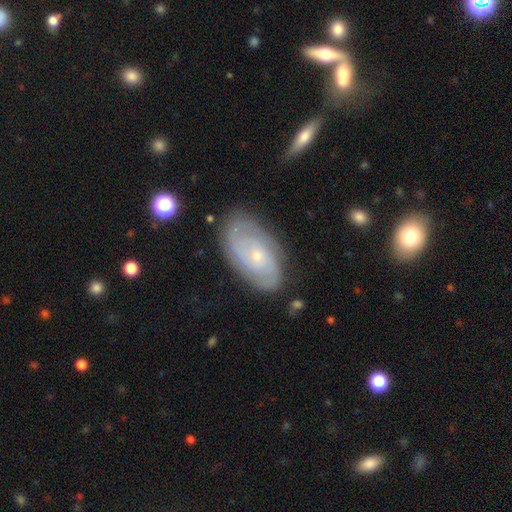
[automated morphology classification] This is likely a featured or disk galaxy (73%). It is clearly not viewed edge-on (95%). Bar: likely no (75%). Spiral arm pattern: clearly yes (88%). Spiral arm count: possibly 2 (46%). Spiral winding: possibly tight (53%). Central bulge: likely small (78%). Merging: likely none (76%).